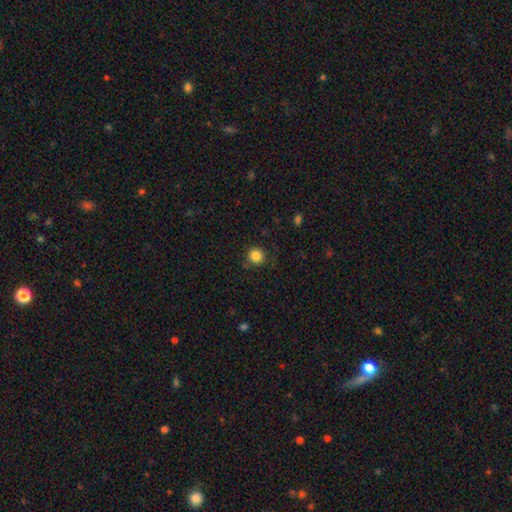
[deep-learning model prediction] A smooth galaxy with no disk features (84%) that is round (93%).

Vote fractions:
- Smooth or featured? smooth: 84% / star or artifact: 11% / featured or disk: 5%
- How rounded? round: 93% / in between: 6% / cigar-shaped: 1%
- Merging? none: 85% / minor disturbance: 11% / major disturbance: 3% / merger: 2%